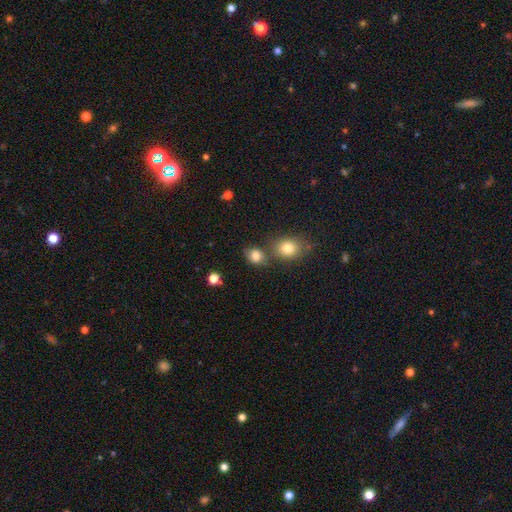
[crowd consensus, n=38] Overall: smooth (92%). How rounded: round (51%; in between 46%). Merging: none (51%; merger 24%).